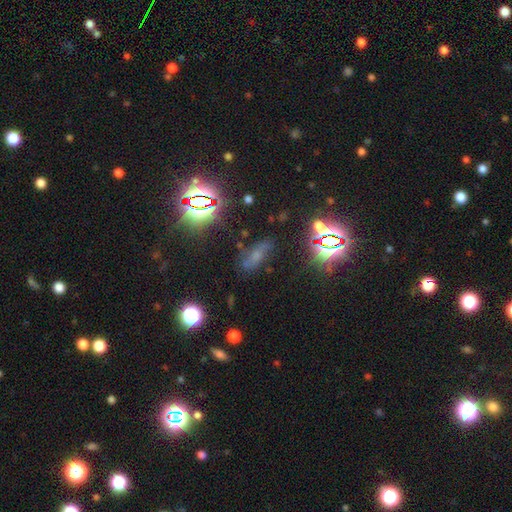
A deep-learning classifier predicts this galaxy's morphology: Q: Smooth or featured?
A: star or artifact (40%); runner-up: smooth (39%)